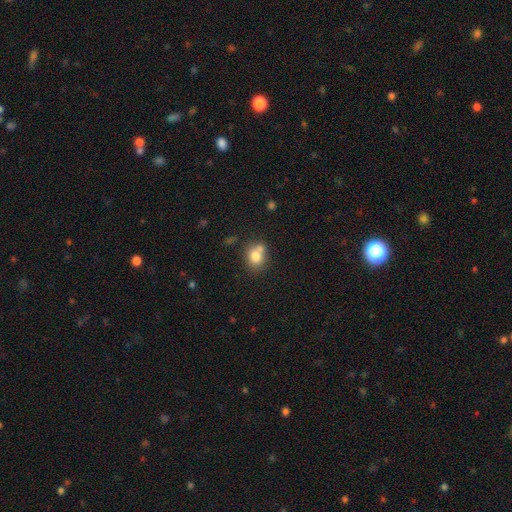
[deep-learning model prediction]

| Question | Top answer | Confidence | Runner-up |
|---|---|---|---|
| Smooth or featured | smooth | 77% | featured or disk (13%) |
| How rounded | round | 64% | in between (35%) |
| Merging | none | 52% | merger (30%) |